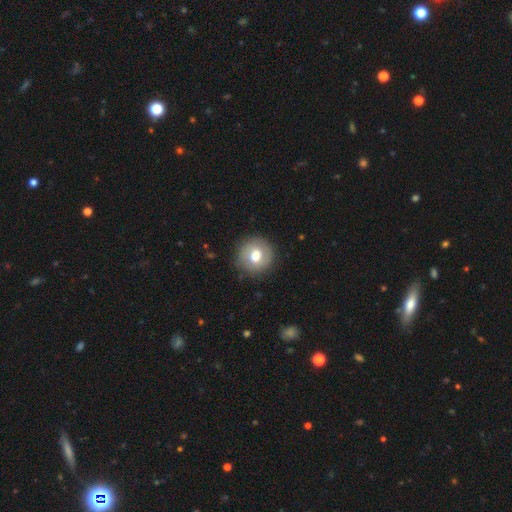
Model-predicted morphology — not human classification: Overall: smooth (68%). How rounded: round (91%). Merging: none (85%).